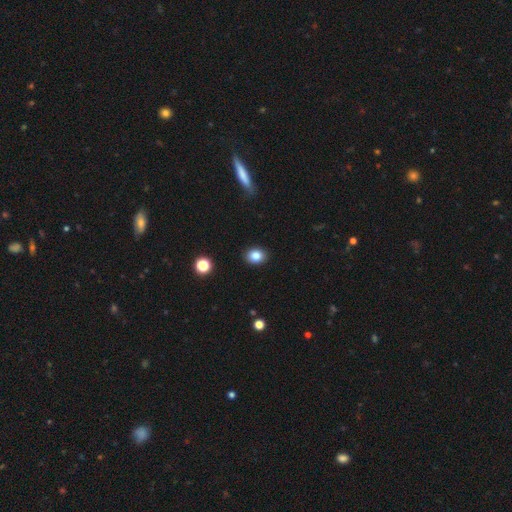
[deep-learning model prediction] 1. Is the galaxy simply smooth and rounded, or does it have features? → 85% smooth, 10% star or artifact, 5% featured or disk.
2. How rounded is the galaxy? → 51% in between, 48% round, 1% cigar-shaped.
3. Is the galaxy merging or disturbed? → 90% none, 7% minor disturbance, 2% major disturbance, 1% merger.